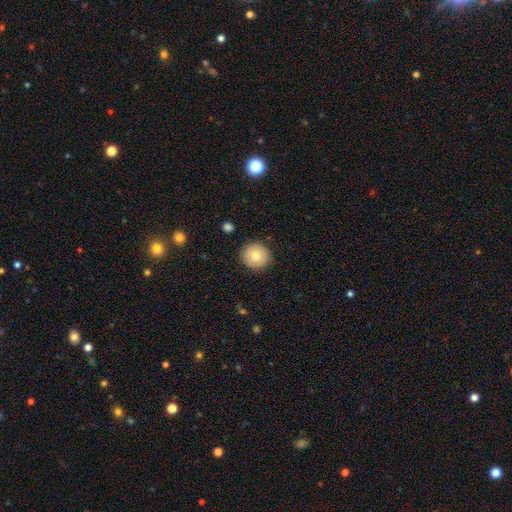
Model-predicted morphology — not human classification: Smooth or featured? Predicted: smooth (p=0.74). How rounded? Predicted: round (p=0.94). Merging? Predicted: none (p=0.89).